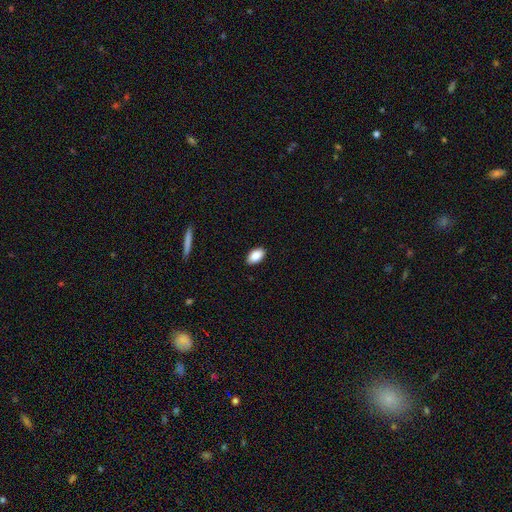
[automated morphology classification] A smooth galaxy with no disk features (88%) that is in between round and cigar-shaped (93%). Merging: none (89%).